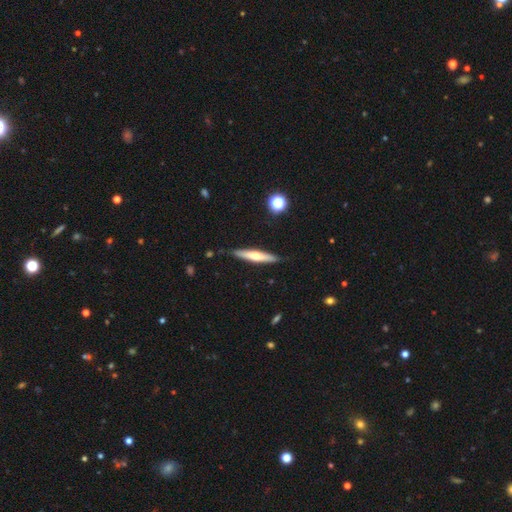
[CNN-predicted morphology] The model was most divided on "smooth or featured": featured or disk: 50%, smooth: 43%, star or artifact: 6%. More confident: edge-on disk — yes (94%); merging — none (87%).